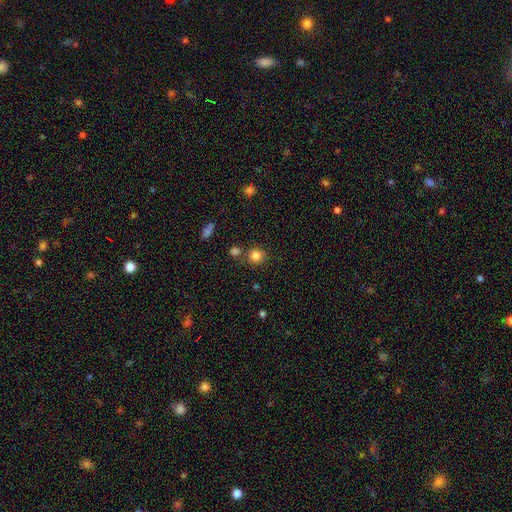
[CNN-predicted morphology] A smooth galaxy with no disk features (83%) that is round (89%).

Vote fractions:
- Smooth or featured? smooth: 83% / star or artifact: 12% / featured or disk: 5%
- How rounded? round: 89% / in between: 10% / cigar-shaped: 1%
- Merging? none: 76% / merger: 11% / minor disturbance: 9% / major disturbance: 3%